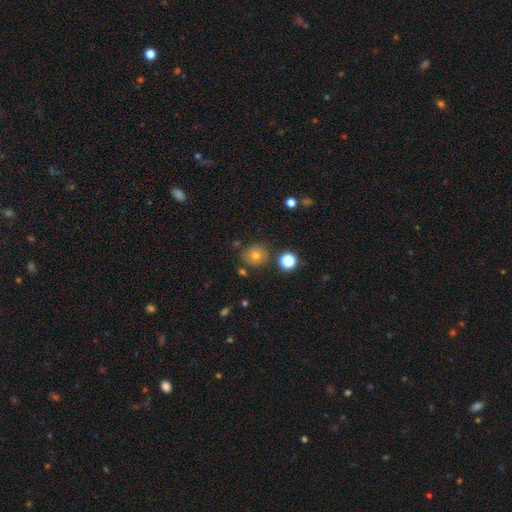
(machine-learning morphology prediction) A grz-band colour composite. It shows a smooth galaxy with no disk features (70%) that is round (87%). Merging: none (79%).